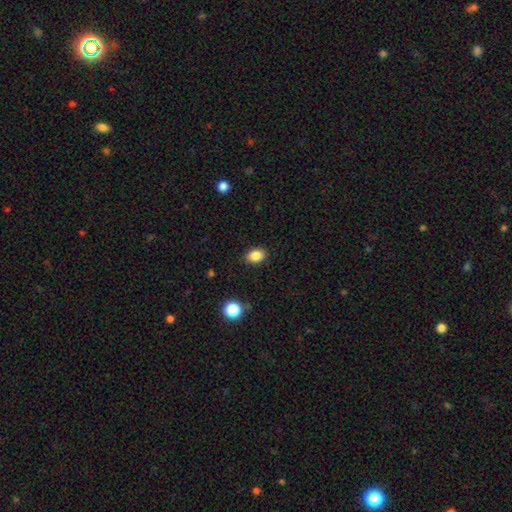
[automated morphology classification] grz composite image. It shows a smooth galaxy with no disk features (86%) that is in between round and cigar-shaped (77%). Merging: none (86%).